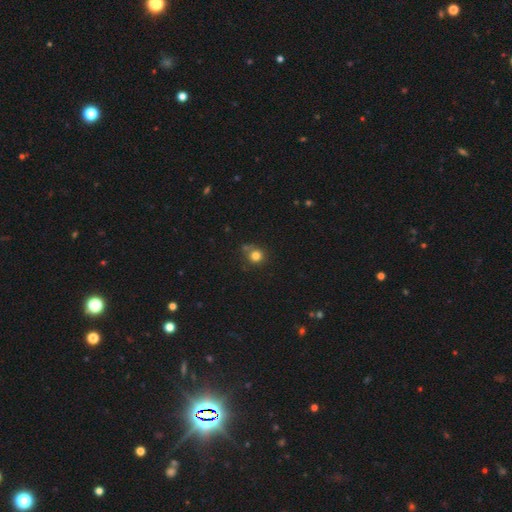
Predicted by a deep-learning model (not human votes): A smooth galaxy with no disk features (81%) that is round (90%).

Vote fractions:
- Smooth or featured? smooth: 81% / star or artifact: 13% / featured or disk: 6%
- How rounded? round: 90% / in between: 9% / cigar-shaped: 1%
- Merging? none: 70% / minor disturbance: 14% / merger: 12% / major disturbance: 4%